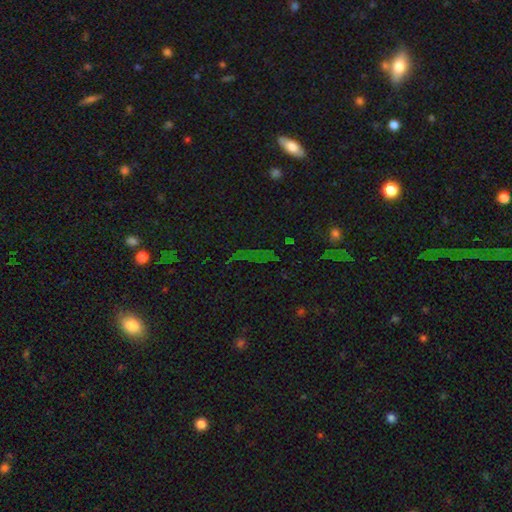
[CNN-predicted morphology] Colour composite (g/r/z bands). It shows a star or artifact, not a galaxy (59%).